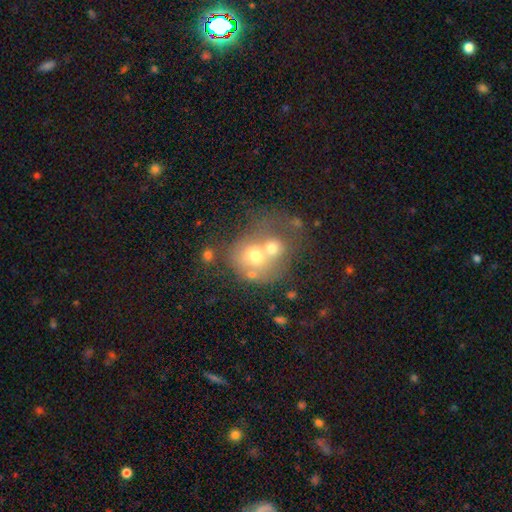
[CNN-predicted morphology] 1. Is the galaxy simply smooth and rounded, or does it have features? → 55% smooth, 33% featured or disk, 12% star or artifact.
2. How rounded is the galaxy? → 68% round, 31% in between, 1% cigar-shaped.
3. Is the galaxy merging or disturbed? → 66% merger, 19% none, 8% minor disturbance, 7% major disturbance.